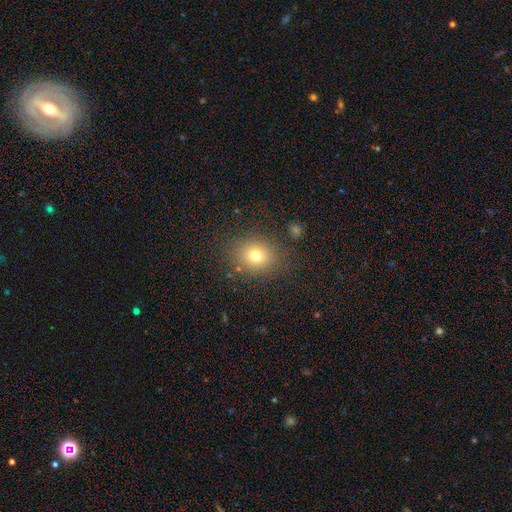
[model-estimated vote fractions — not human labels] smooth 75%, star or artifact 14%, featured or disk 10%. Down the decision tree: how rounded — round (67%); merging — none (83%).